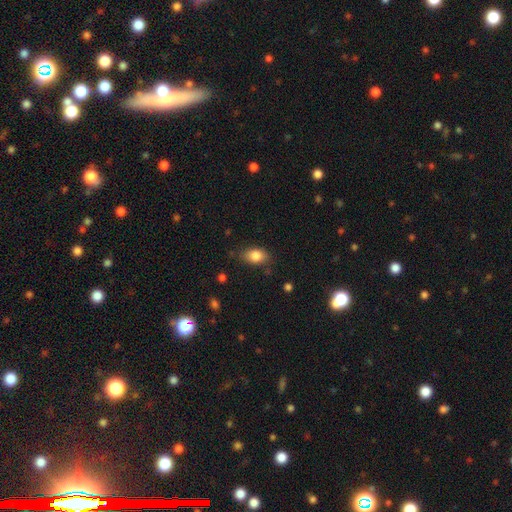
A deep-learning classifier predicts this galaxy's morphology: A smooth galaxy with no disk features (84%) that is in between round and cigar-shaped (84%).

Vote fractions:
- Smooth or featured? smooth: 84% / star or artifact: 8% / featured or disk: 8%
- How rounded? in between: 84% / round: 13% / cigar-shaped: 2%
- Merging? none: 78% / minor disturbance: 17% / major disturbance: 4% / merger: 2%